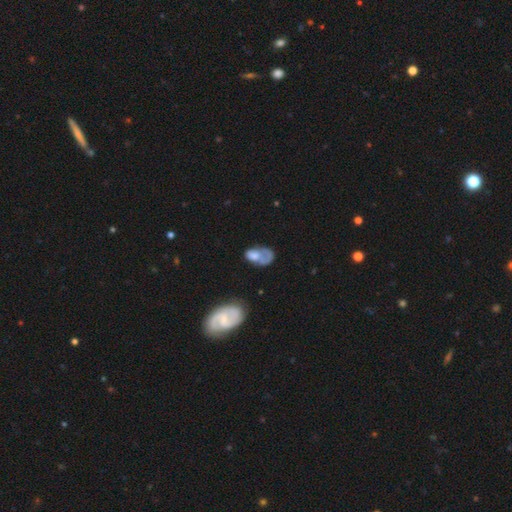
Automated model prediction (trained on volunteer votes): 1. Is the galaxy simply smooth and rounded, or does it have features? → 51% smooth, 41% featured or disk, 8% star or artifact.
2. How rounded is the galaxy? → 84% in between, 14% round, 2% cigar-shaped.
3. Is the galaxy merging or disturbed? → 36% major disturbance, 28% none, 23% minor disturbance, 13% merger.